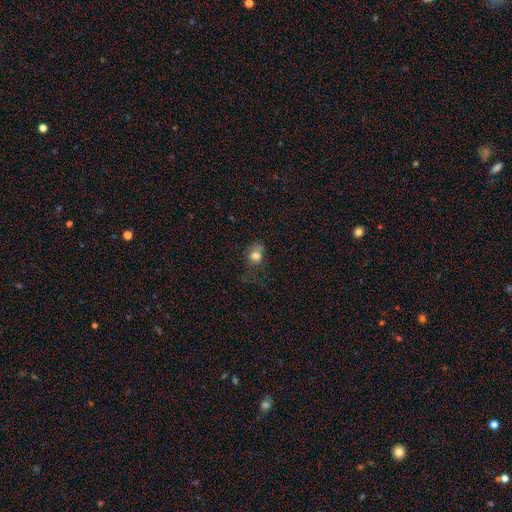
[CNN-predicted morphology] Smooth or featured? smooth (75%)
How rounded? round (56%)
Merging? none (42%)